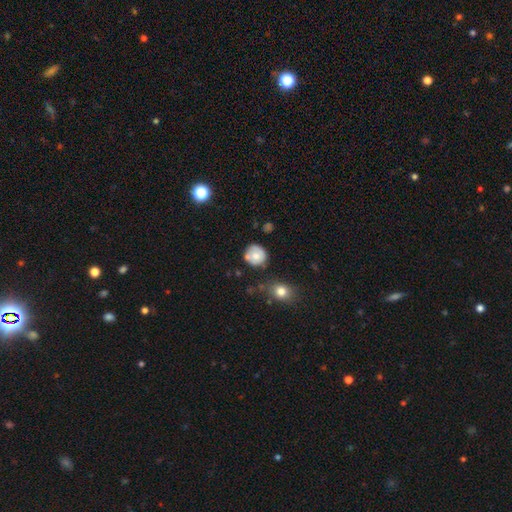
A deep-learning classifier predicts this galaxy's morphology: A smooth galaxy with no disk features (71%) that is round (90%).

Vote fractions:
- Smooth or featured? smooth: 71% / featured or disk: 20% / star or artifact: 9%
- How rounded? round: 90% / in between: 9% / cigar-shaped: 1%
- Merging? none: 67% / minor disturbance: 21% / merger: 7% / major disturbance: 6%